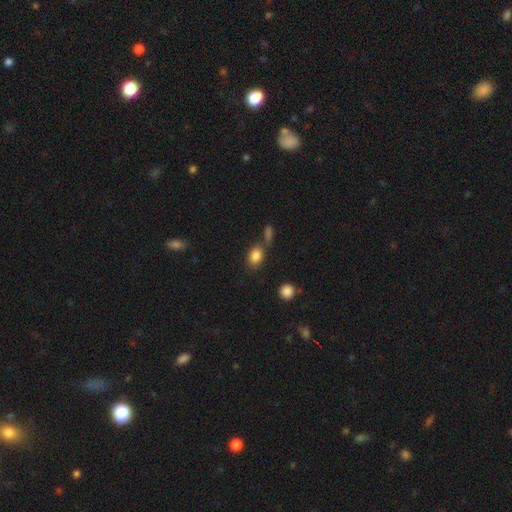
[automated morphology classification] This is clearly a smooth galaxy (84%). How rounded: likely in between (70%). Merging: likely none (61%).